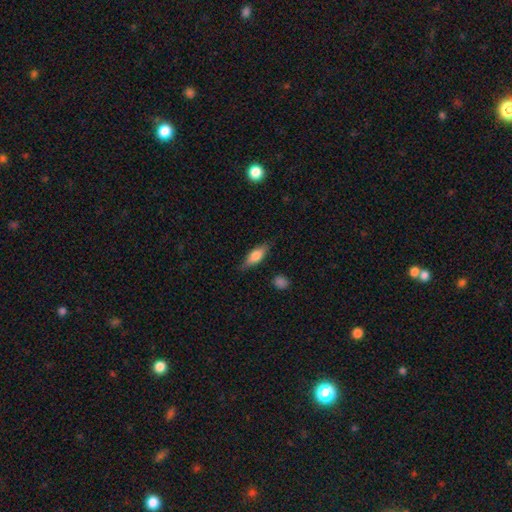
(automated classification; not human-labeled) The model was most divided on "how rounded": in between: 62%, cigar-shaped: 35%, round: 3%. More confident: merging — none (79%); smooth or featured — smooth (68%).